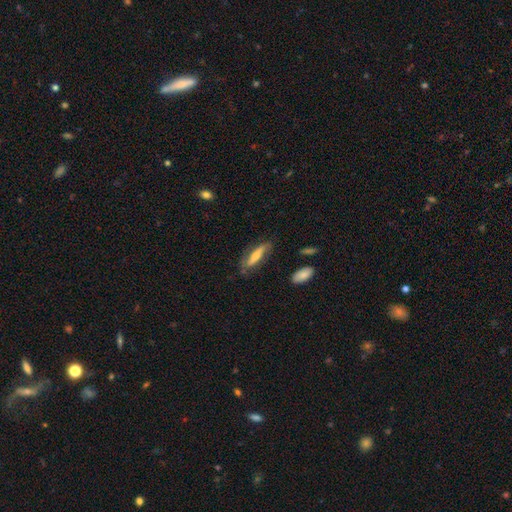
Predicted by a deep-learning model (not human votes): featured or disk 52%, smooth 41%, star or artifact 8%. Down the decision tree: edge-on disk — yes (62%); merging — none (74%).